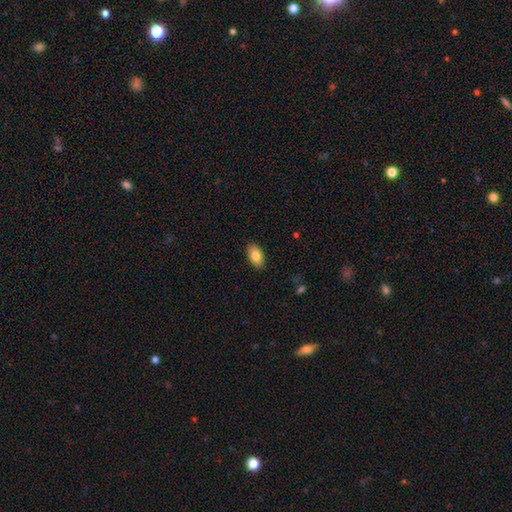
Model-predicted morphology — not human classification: Overall: smooth (80%). How rounded: in between (93%). Merging: none (89%).